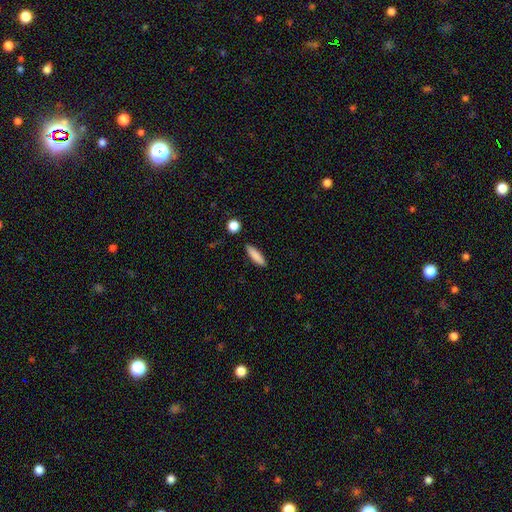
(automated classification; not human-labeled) This is clearly a smooth galaxy (86%). How rounded: likely cigar-shaped (66%). Merging: clearly none (88%).